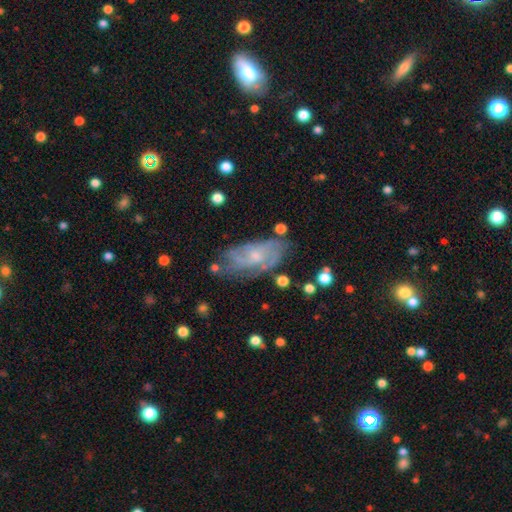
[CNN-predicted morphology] Smooth or featured: featured or disk — 69% (smooth — 22%)
Edge-on disk: no — 92% (yes — 8%)
Bar: no — 71% (weak — 25%)
Spiral arms: yes — 84% (no — 16%)
Spiral winding: tight — 45% (medium — 39%)
Spiral arm count: can't tell — 43% (2 — 28%)
Bulge size: small — 62% (moderate — 29%)
Merging: none — 62% (minor disturbance — 23%)